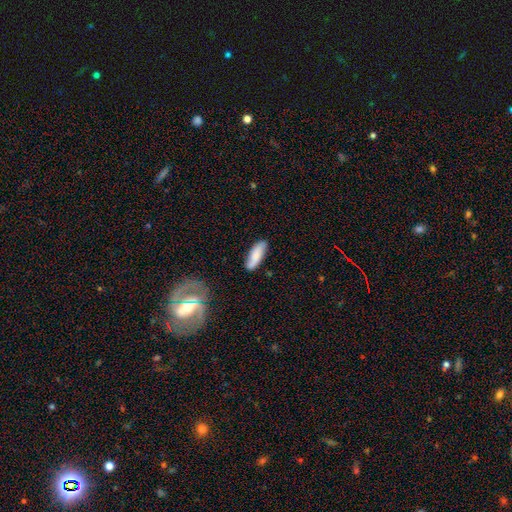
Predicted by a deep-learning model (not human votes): Smooth or featured? Predicted: smooth (p=0.76). How rounded? Predicted: in between (p=0.58). Merging? Predicted: none (p=0.81).